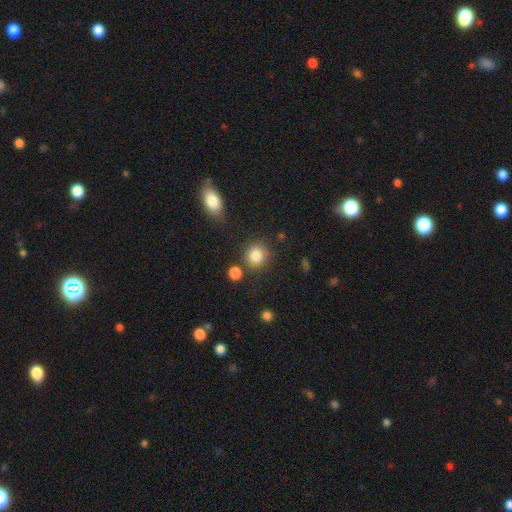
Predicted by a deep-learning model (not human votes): Smooth or featured? smooth (83%)
How rounded? round (87%)
Merging? none (78%)